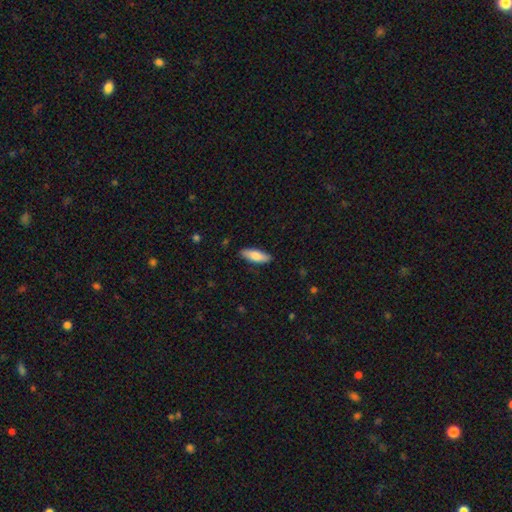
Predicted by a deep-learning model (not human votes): This is clearly a smooth galaxy (82%). How rounded: possibly in between (58%). Merging: clearly none (87%).